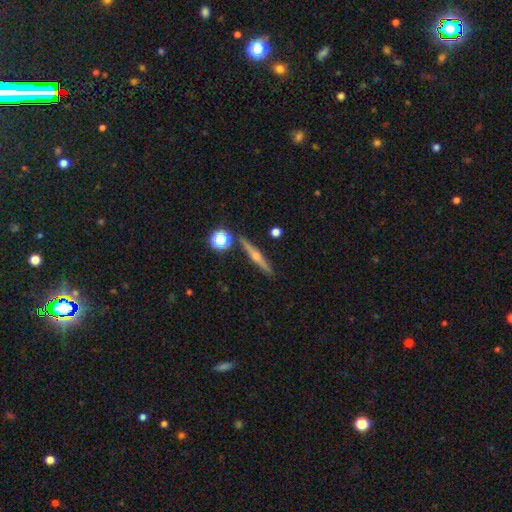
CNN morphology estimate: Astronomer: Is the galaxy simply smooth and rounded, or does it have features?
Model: featured or disk — 73%.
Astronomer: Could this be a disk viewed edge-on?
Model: yes — 98%.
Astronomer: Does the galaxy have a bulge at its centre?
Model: rounded — 92%.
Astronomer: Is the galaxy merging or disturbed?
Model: none — 89%.